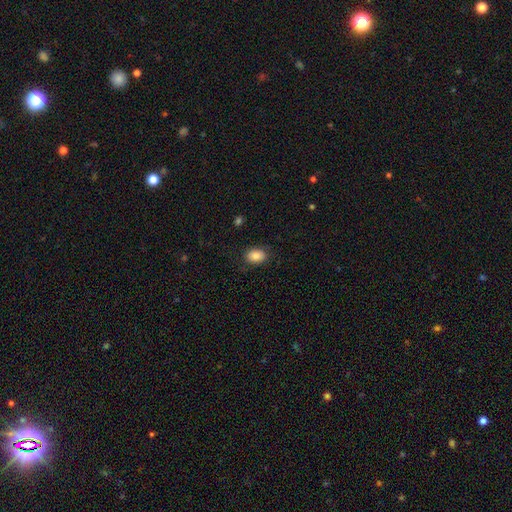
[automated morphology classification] type=smooth (86%); roundness=in between (78%); merging=none (84%).